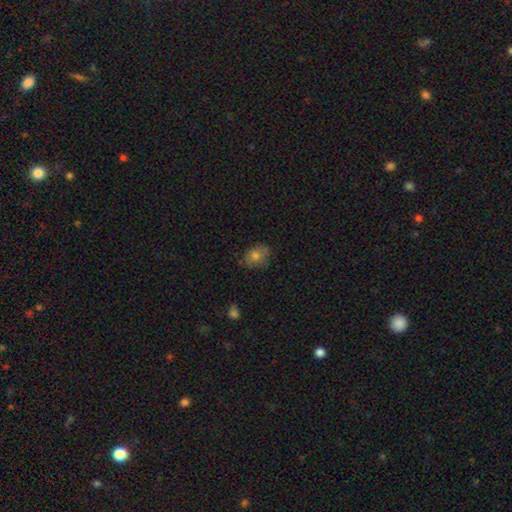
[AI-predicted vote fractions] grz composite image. It shows a smooth galaxy with no disk features (72%) that is in between round and cigar-shaped (60%). Merging: none (71%).